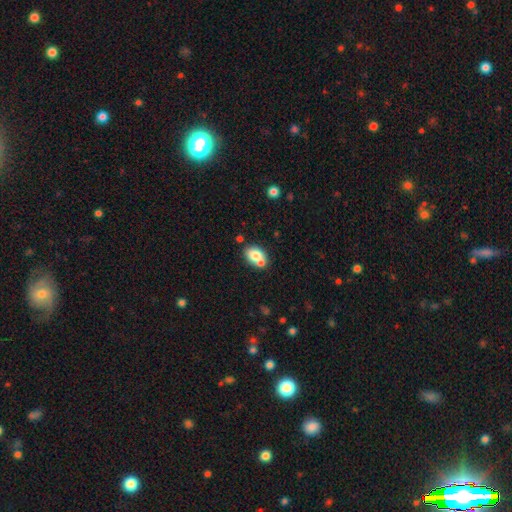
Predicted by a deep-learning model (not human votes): smooth_or_featured: smooth (p=0.77) [alt: featured or disk p=0.14]
how_rounded: in between (p=0.73) [alt: round p=0.26]
merging: none (p=0.53) [alt: merger p=0.30]